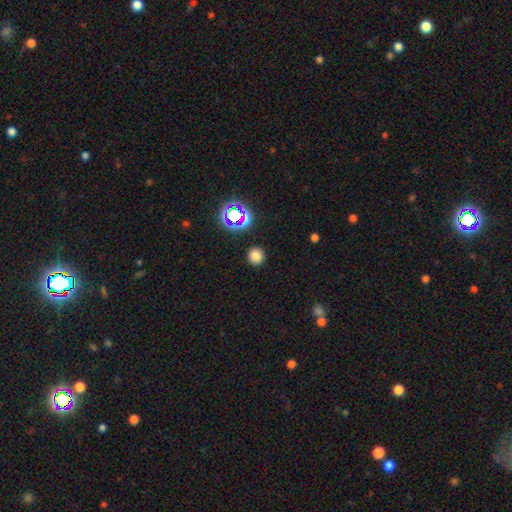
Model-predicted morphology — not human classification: Smooth or featured?
  - smooth: 75% *
  - star or artifact: 19%
  - featured or disk: 6%
How rounded?
  - round: 92% *
  - in between: 7%
  - cigar-shaped: 1%
Merging?
  - none: 91% *
  - minor disturbance: 6%
  - major disturbance: 2%
  - merger: 2%